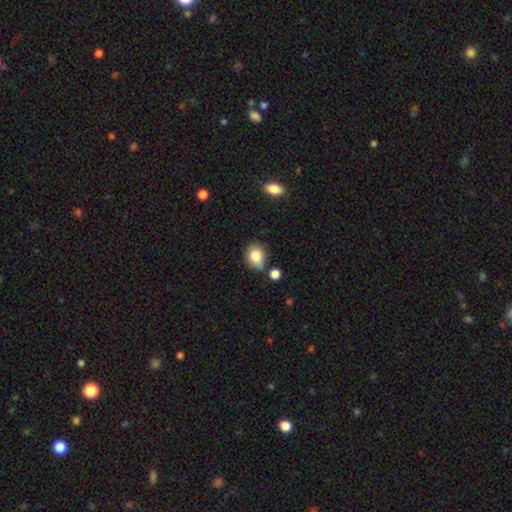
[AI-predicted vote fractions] Q: Smooth or featured?
A: smooth (82%); runner-up: featured or disk (9%)
Q: How rounded?
A: round (50%); runner-up: in between (49%)
Q: Merging?
A: none (52%); runner-up: minor disturbance (28%)